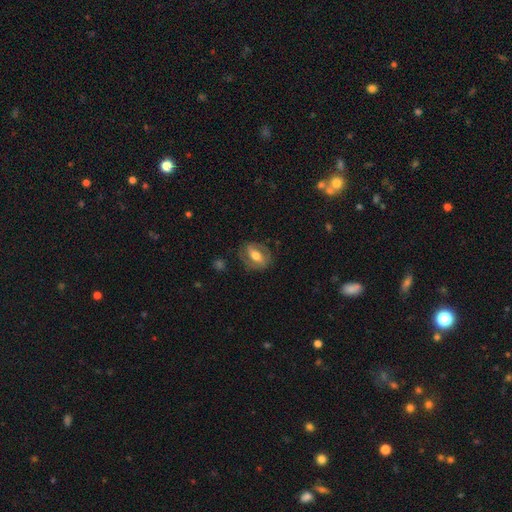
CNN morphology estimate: smooth_or_featured: featured or disk (p=0.59) [alt: smooth p=0.35]
disk_edge_on: no (p=0.91) [alt: yes p=0.09]
bar: strong (p=0.45) [alt: weak p=0.32]
has_spiral_arms: yes (p=0.64) [alt: no p=0.36]
bulge_size: moderate (p=0.70) [alt: small p=0.17]
merging: none (p=0.72) [alt: minor disturbance p=0.18]